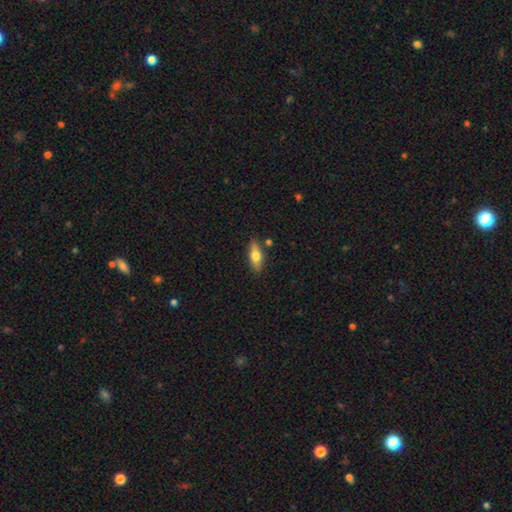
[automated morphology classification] Smooth or featured?
  - smooth: 59% *
  - featured or disk: 34%
  - star or artifact: 6%
How rounded?
  - in between: 63% *
  - cigar-shaped: 33%
  - round: 4%
Merging?
  - none: 83% *
  - minor disturbance: 11%
  - merger: 4%
  - major disturbance: 2%